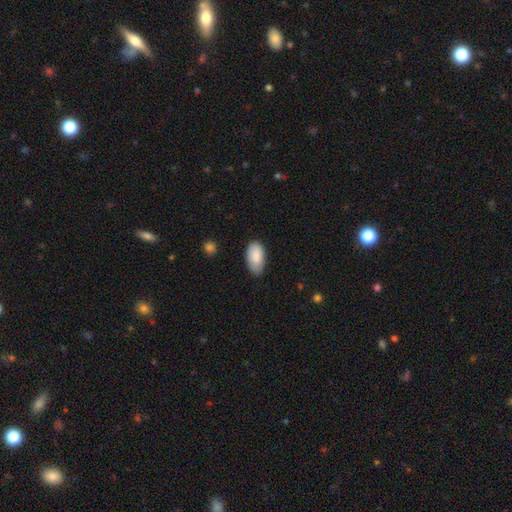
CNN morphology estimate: smooth 87%, featured or disk 7%, star or artifact 6%. Down the decision tree: how rounded — in between (95%); merging — none (72%).